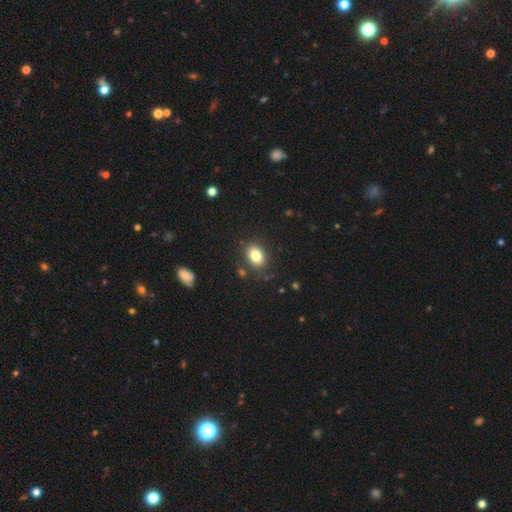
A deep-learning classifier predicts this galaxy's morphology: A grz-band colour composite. It shows a smooth galaxy with no disk features (82%) that is in between round and cigar-shaped (71%). Merging: none (84%).